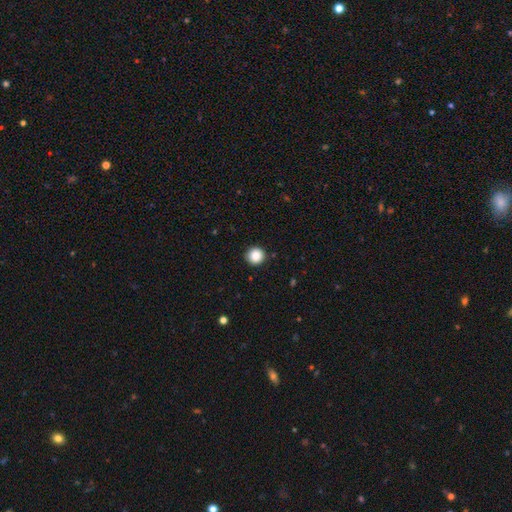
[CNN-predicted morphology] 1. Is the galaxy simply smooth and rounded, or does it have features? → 87% smooth, 10% star or artifact, 3% featured or disk.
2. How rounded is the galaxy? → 95% round, 4% in between, 1% cigar-shaped.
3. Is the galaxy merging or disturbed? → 91% none, 6% minor disturbance, 2% major disturbance, 1% merger.